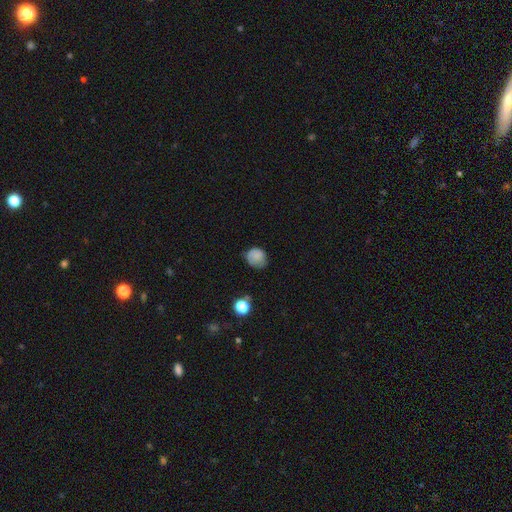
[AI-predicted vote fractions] The model was most divided on "merging": none: 59%, minor disturbance: 30%, major disturbance: 9%, merger: 2%. More confident: smooth or featured — smooth (80%); how rounded — round (75%).